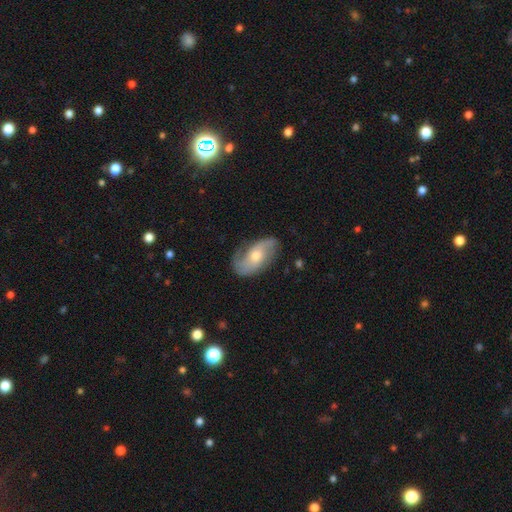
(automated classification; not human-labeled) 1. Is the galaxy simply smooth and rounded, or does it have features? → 73% featured or disk, 20% smooth, 6% star or artifact.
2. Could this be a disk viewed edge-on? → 95% no, 5% yes.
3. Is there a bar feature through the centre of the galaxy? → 62% no, 31% weak, 8% strong.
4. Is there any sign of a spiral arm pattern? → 91% yes, 9% no.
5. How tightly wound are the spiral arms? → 43% loose, 39% medium, 18% tight.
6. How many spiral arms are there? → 81% 2, 9% can't tell, 4% 1, 3% 3, 1% 4, 1% more than 4.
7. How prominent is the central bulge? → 61% moderate, 31% small, 5% large, 2% none, 1% dominant.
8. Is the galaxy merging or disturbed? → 70% none, 21% minor disturbance, 8% major disturbance, 2% merger.